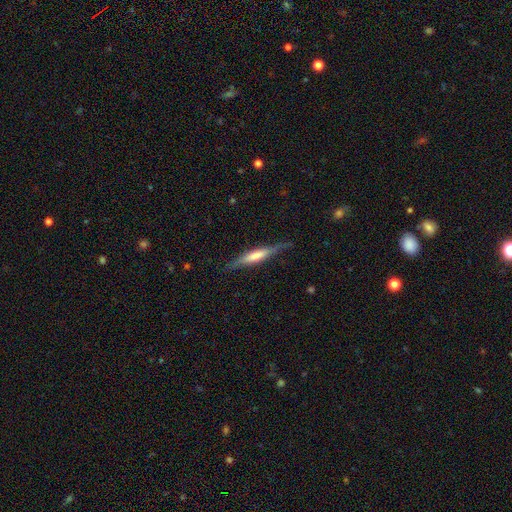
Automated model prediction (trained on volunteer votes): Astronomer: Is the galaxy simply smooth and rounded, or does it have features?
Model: featured or disk — 50% (runner-up: smooth, 44%).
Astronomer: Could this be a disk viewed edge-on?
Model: yes — 93%.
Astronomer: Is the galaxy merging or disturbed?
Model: none — 79%.